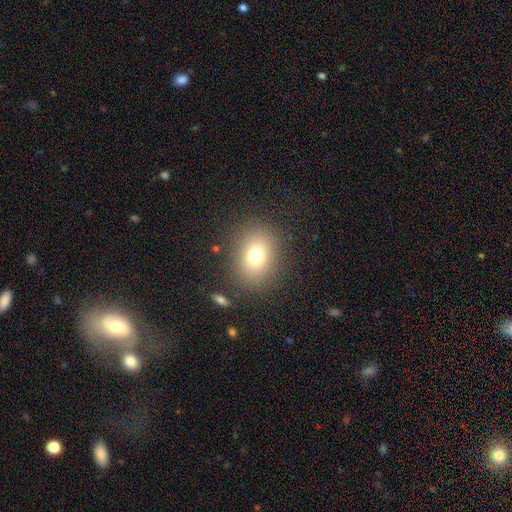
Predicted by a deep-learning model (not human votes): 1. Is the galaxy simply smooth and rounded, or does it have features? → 75% smooth, 14% star or artifact, 11% featured or disk.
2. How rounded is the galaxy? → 51% round, 48% in between, 1% cigar-shaped.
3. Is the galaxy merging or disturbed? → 85% none, 9% minor disturbance, 4% major disturbance, 2% merger.